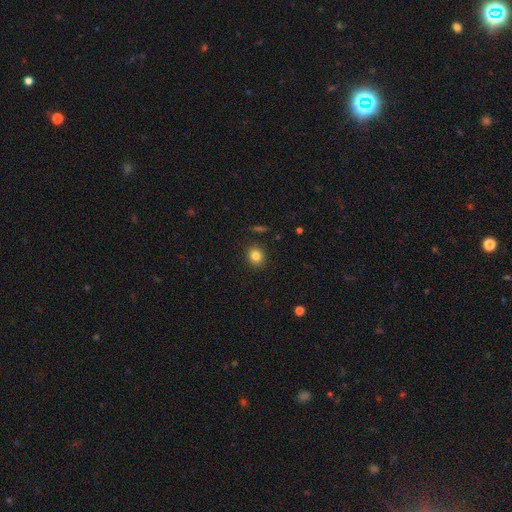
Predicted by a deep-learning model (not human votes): This appears to be a smooth galaxy with no disk features (83%) that is round (75%). Merging: none (90%).